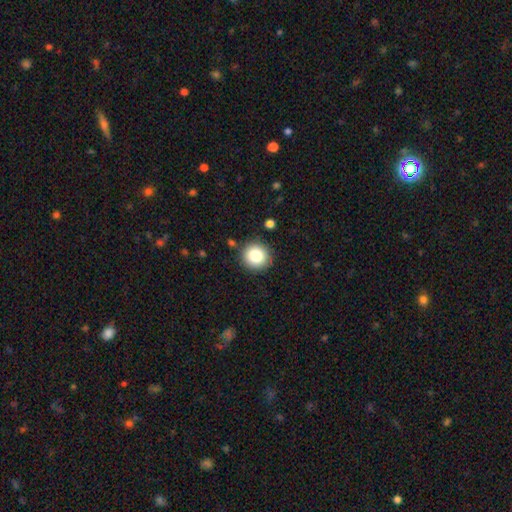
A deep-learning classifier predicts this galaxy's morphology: smooth_or_featured: smooth (p=0.84) [alt: star or artifact p=0.10]
how_rounded: round (p=0.92) [alt: in between p=0.07]
merging: none (p=0.87) [alt: minor disturbance p=0.08]